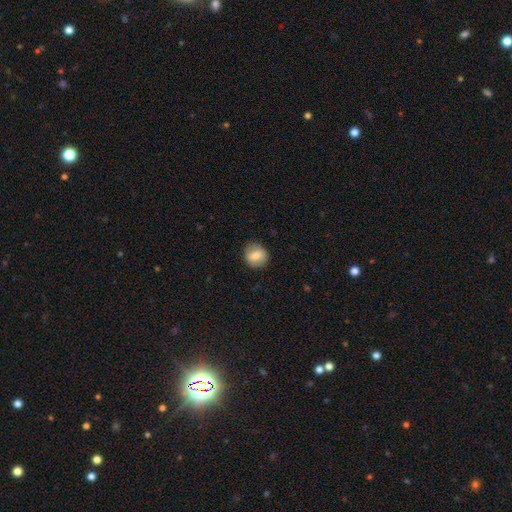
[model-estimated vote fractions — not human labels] The model was most divided on "smooth or featured": smooth: 72%, featured or disk: 20%, star or artifact: 8%. More confident: merging — none (84%); how rounded — round (81%).